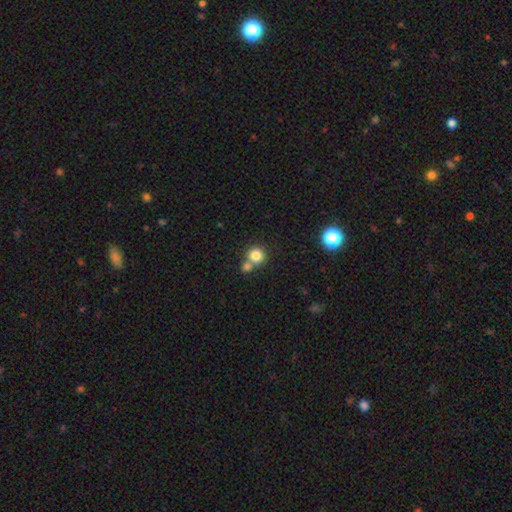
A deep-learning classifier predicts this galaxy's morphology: smooth_or_featured: smooth (p=0.81) [alt: star or artifact p=0.12]
how_rounded: round (p=0.90) [alt: in between p=0.09]
merging: none (p=0.53) [alt: merger p=0.37]